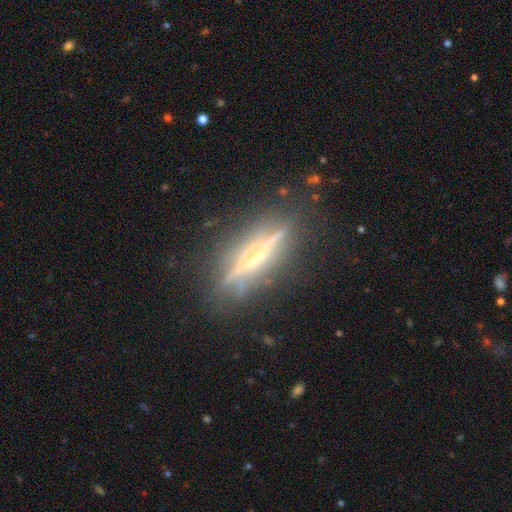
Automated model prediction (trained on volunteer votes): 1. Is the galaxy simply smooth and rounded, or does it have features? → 81% featured or disk, 12% smooth, 7% star or artifact.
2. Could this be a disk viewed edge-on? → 95% yes, 5% no.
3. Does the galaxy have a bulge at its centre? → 69% rounded, 24% none, 7% boxy.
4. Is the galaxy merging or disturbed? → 80% none, 14% minor disturbance, 4% major disturbance, 2% merger.